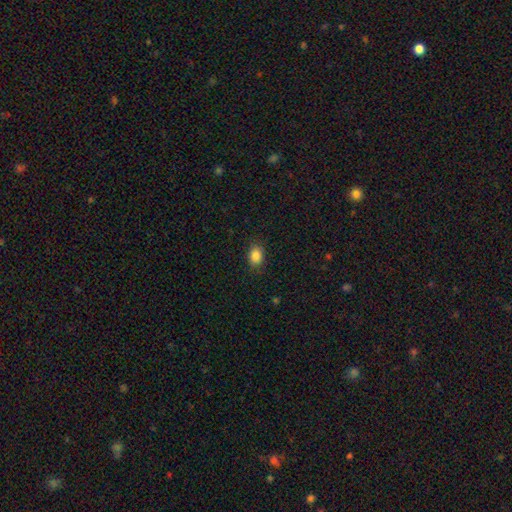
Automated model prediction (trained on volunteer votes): A smooth galaxy with no disk features (87%) that is in between round and cigar-shaped (76%). Merging: none (85%).